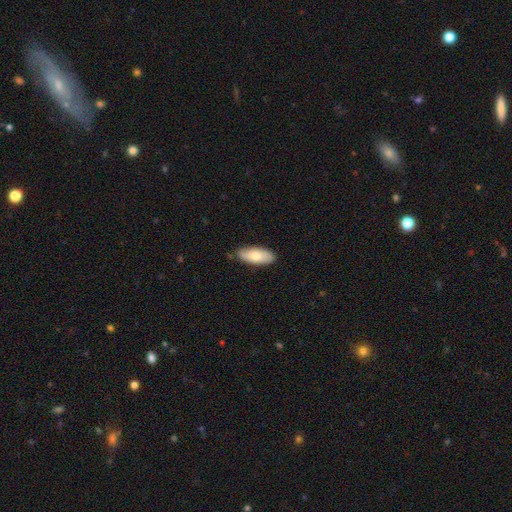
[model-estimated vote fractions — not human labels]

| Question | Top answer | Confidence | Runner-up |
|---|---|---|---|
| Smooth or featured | smooth | 76% | featured or disk (18%) |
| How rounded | in between | 82% | cigar-shaped (16%) |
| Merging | none | 83% | minor disturbance (13%) |